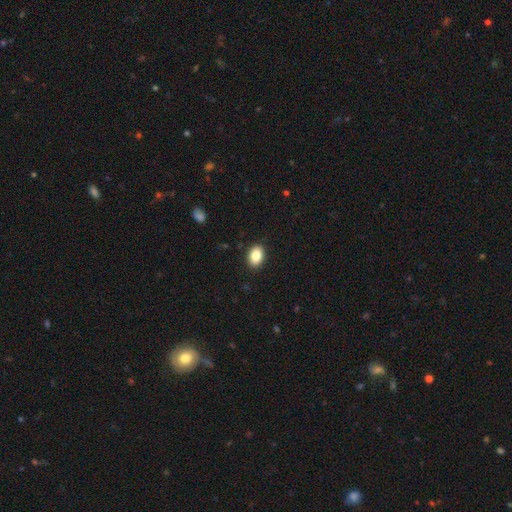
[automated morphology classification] type=smooth (86%); roundness=in between (83%); merging=none (90%).